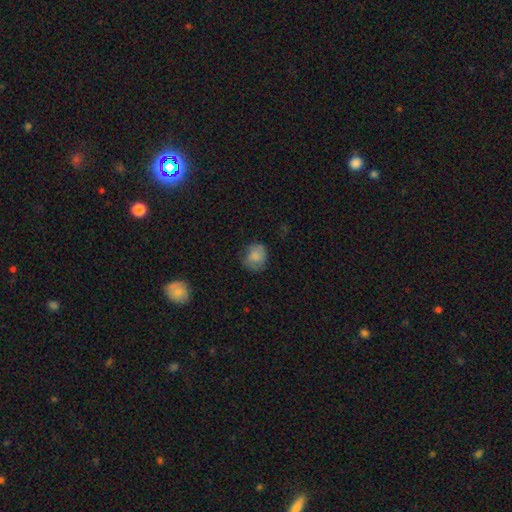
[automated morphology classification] A smooth galaxy with no disk features (80%) that is round (74%). Merging: none (68%).